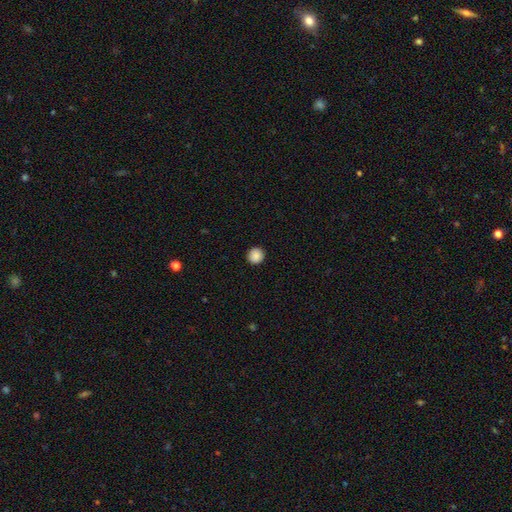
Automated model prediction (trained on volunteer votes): smooth_or_featured: smooth (p=0.89) [alt: star or artifact p=0.08]
how_rounded: round (p=0.93) [alt: in between p=0.06]
merging: none (p=0.93) [alt: minor disturbance p=0.04]